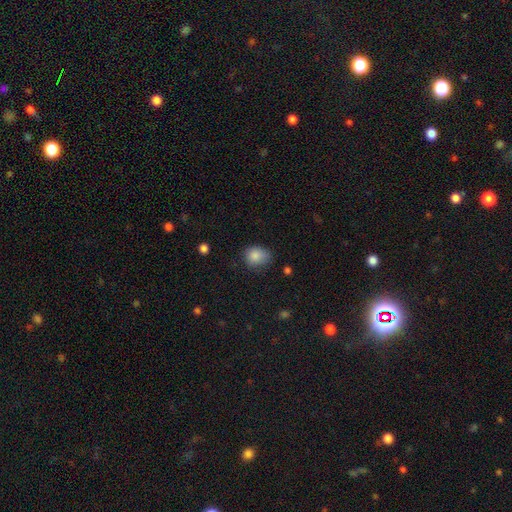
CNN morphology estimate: A smooth galaxy with no disk features (85%) that is round (52%).

Vote fractions:
- Smooth or featured? smooth: 85% / star or artifact: 10% / featured or disk: 6%
- How rounded? round: 52% / in between: 47% / cigar-shaped: 1%
- Merging? none: 63% / minor disturbance: 28% / major disturbance: 7% / merger: 2%